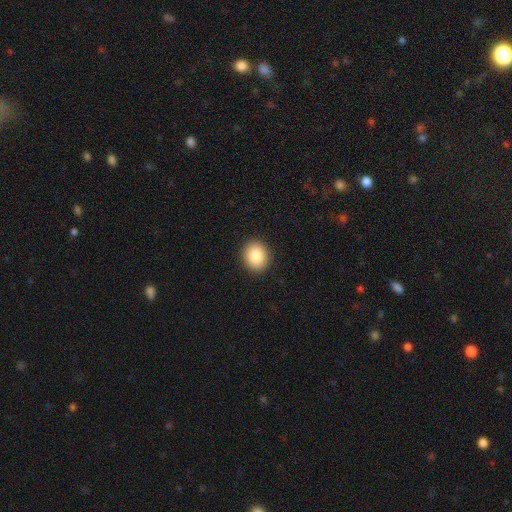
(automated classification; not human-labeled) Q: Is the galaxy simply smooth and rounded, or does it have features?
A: smooth — 85%.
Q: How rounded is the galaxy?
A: round — 73%.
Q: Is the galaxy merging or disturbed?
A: none — 92%.